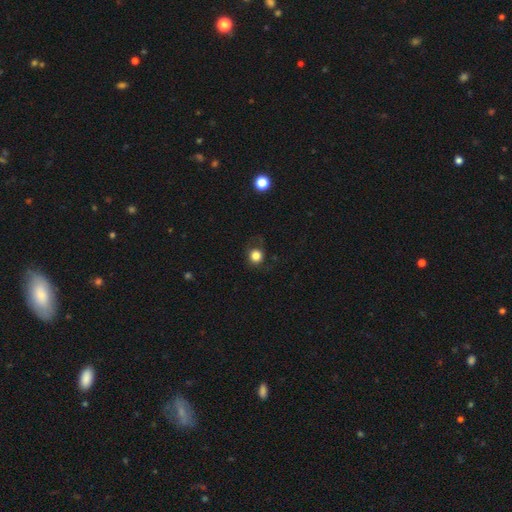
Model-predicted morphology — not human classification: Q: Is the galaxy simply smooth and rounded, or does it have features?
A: smooth — 82%.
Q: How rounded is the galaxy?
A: round — 90%.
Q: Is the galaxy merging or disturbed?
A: none — 76%.